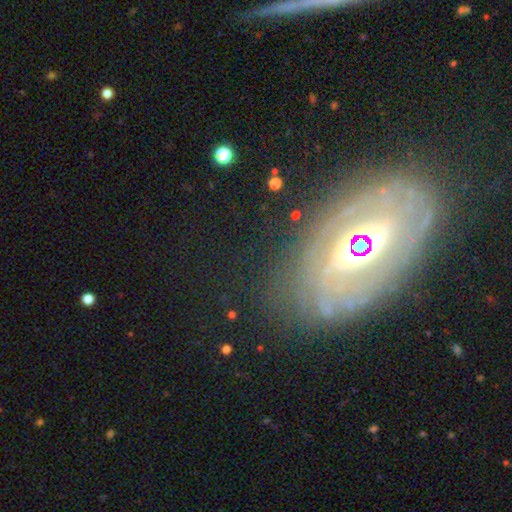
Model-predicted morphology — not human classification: A featured or disk galaxy (75%) with no bar (55%), spiral arms (59%) and a moderate central bulge (58%). Merging: none (76%).